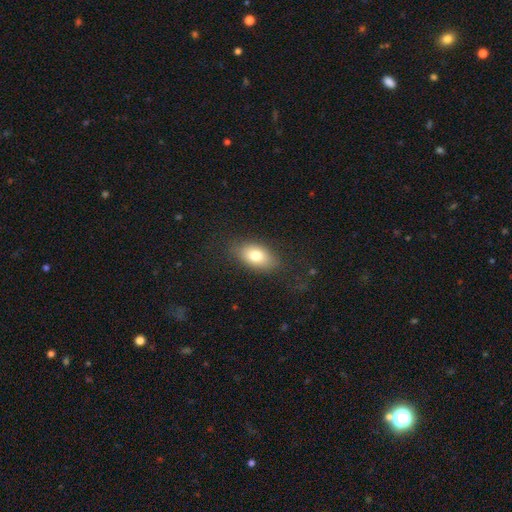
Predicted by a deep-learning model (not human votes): This is likely a smooth galaxy (77%). How rounded: clearly in between (88%). Merging: clearly none (81%).